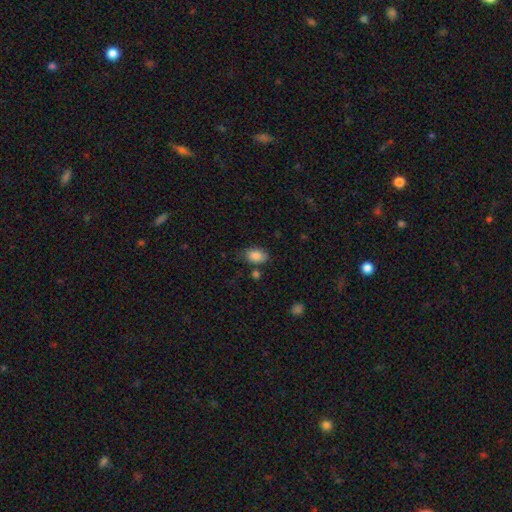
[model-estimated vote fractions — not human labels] Smooth or featured?
  - smooth: 88% *
  - star or artifact: 8%
  - featured or disk: 5%
How rounded?
  - in between: 88% *
  - round: 10%
  - cigar-shaped: 1%
Merging?
  - none: 74% *
  - minor disturbance: 16%
  - merger: 5%
  - major disturbance: 5%